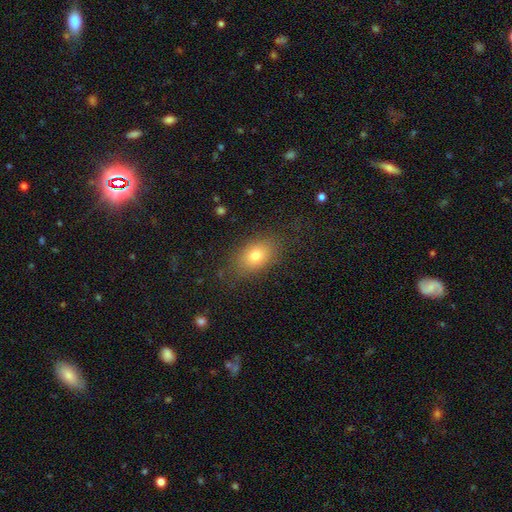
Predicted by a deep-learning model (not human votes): Smooth or featured? smooth (76%)
How rounded? in between (82%)
Merging? none (79%)